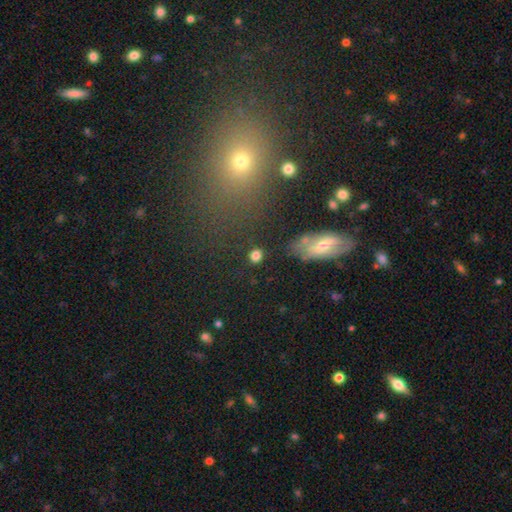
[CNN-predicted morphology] Smooth or featured?
  - smooth: 82% *
  - star or artifact: 12%
  - featured or disk: 6%
How rounded?
  - round: 77% *
  - in between: 21%
  - cigar-shaped: 2%
Merging?
  - none: 83% *
  - minor disturbance: 9%
  - major disturbance: 4%
  - merger: 4%